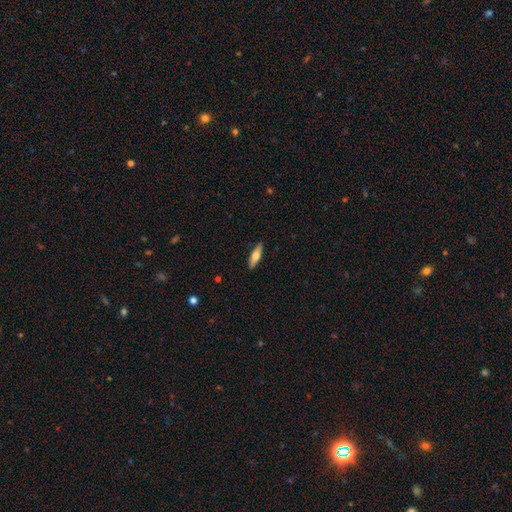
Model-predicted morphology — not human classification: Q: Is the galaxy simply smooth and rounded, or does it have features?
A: smooth — 57%.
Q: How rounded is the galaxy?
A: cigar-shaped — 59%.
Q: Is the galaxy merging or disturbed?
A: none — 89%.